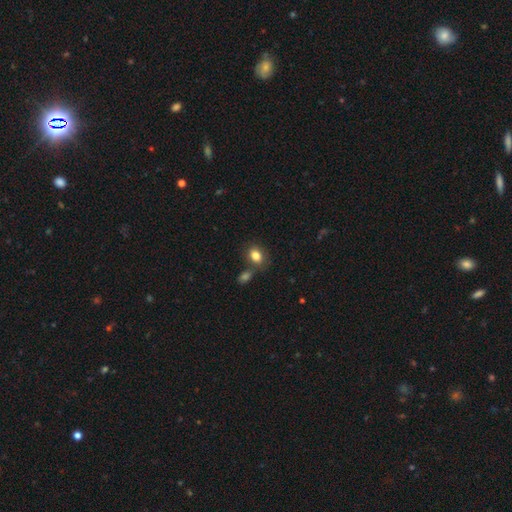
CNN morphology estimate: Smooth or featured?
  - smooth: 83% *
  - star or artifact: 9%
  - featured or disk: 8%
How rounded?
  - in between: 71% *
  - round: 27%
  - cigar-shaped: 1%
Merging?
  - none: 63% *
  - merger: 20%
  - minor disturbance: 13%
  - major disturbance: 4%